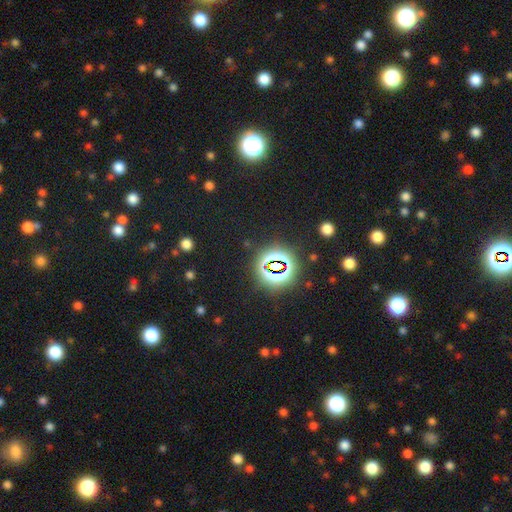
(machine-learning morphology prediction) This appears to be a star or artifact, not a galaxy (80%).